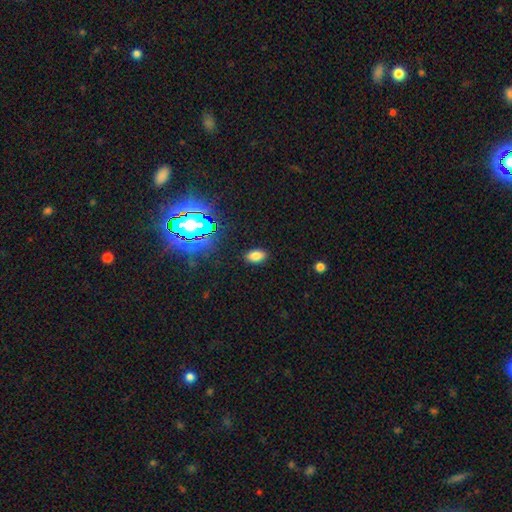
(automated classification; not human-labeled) A smooth galaxy with no disk features (76%) that is in between round and cigar-shaped (90%). Merging: none (88%).